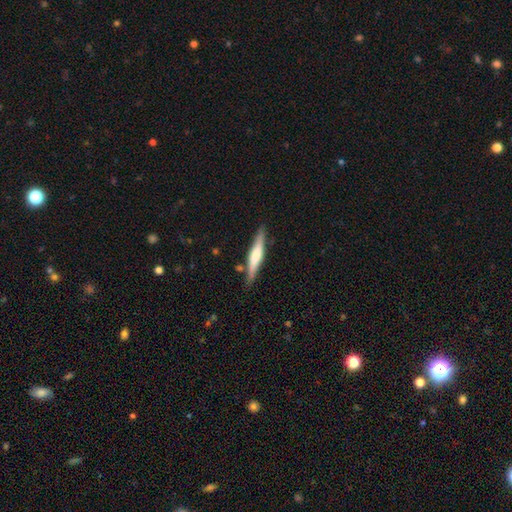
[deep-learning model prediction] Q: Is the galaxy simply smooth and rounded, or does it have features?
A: featured or disk — 49%.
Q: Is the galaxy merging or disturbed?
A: none — 83%.